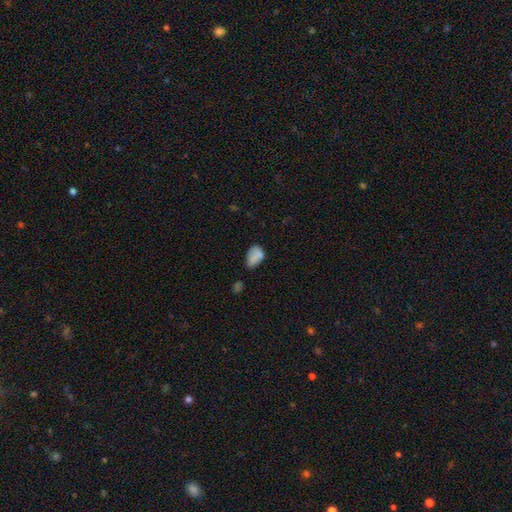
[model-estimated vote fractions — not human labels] Smooth or featured?
  - smooth: 75% *
  - featured or disk: 14%
  - star or artifact: 11%
How rounded?
  - in between: 85% *
  - round: 13%
  - cigar-shaped: 2%
Merging?
  - minor disturbance: 37% *
  - none: 33%
  - major disturbance: 19%
  - merger: 12%